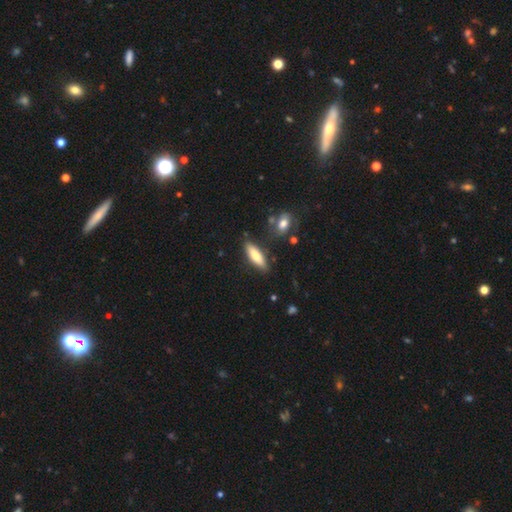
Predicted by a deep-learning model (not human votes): Smooth or featured? Predicted: smooth (p=0.75). How rounded? Predicted: cigar-shaped (p=0.51). Merging? Predicted: none (p=0.81).